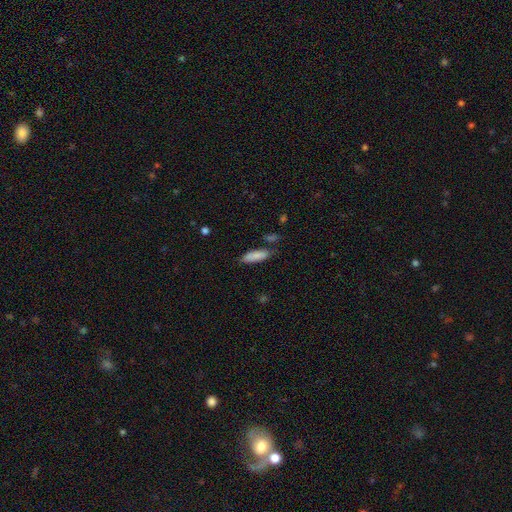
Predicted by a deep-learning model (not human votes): This is clearly a smooth galaxy (85%). How rounded: possibly in between (58%). Merging: likely none (71%).